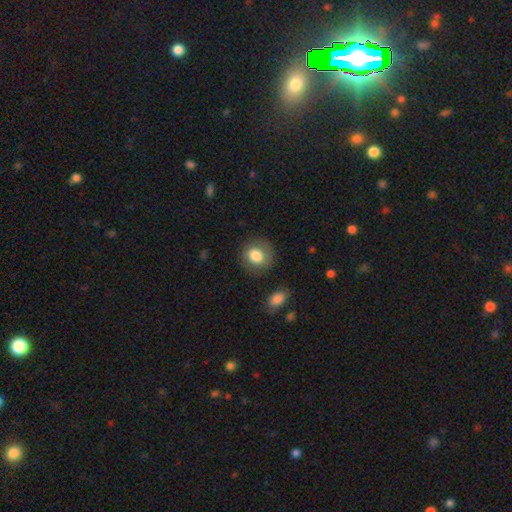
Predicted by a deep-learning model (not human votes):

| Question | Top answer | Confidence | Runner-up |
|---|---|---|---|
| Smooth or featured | smooth | 80% | featured or disk (12%) |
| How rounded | round | 79% | in between (20%) |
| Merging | none | 81% | minor disturbance (12%) |